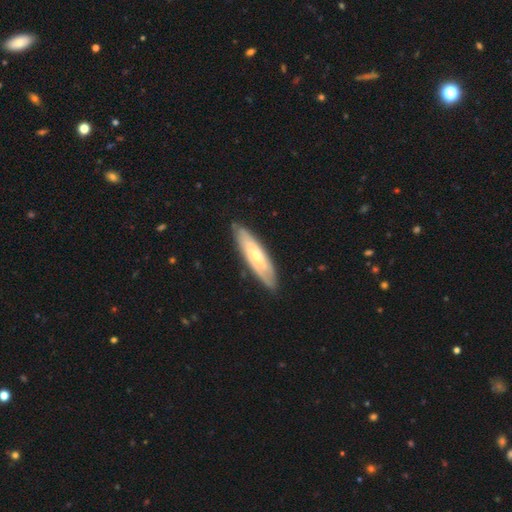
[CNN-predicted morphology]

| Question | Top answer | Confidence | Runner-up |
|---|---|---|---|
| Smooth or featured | featured or disk | 54% | smooth (40%) |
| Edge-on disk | no | 56% | yes (44%) |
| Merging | none | 83% | minor disturbance (14%) |